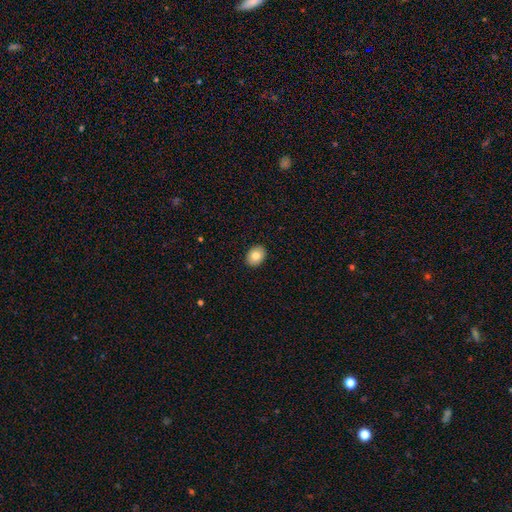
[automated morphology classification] The model was most divided on "how rounded": in between: 67%, round: 32%, cigar-shaped: 1%. More confident: merging — none (91%); smooth or featured — smooth (82%).